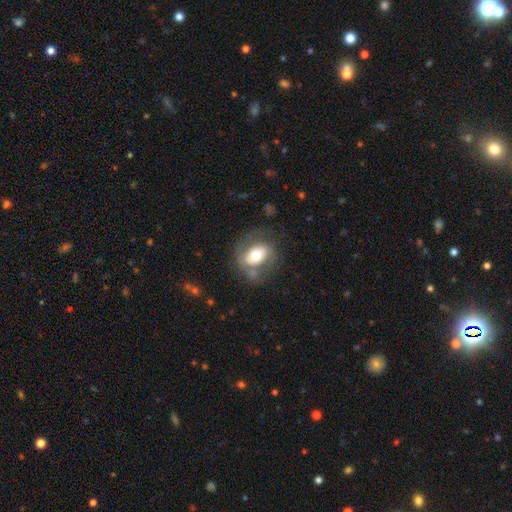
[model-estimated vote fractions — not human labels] This appears to be a featured or disk galaxy (54%) with no bar (49%), spiral arms (58%) and a moderate central bulge (61%). Merging: none (58%).